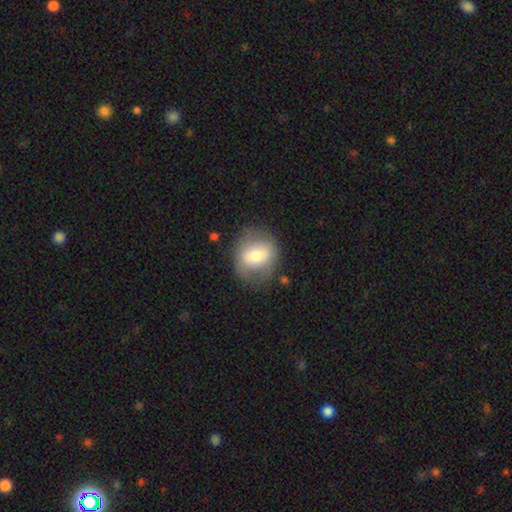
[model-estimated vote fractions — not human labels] Smooth or featured: smooth — 64% (featured or disk — 28%)
How rounded: round — 65% (in between — 34%)
Merging: none — 72% (minor disturbance — 18%)